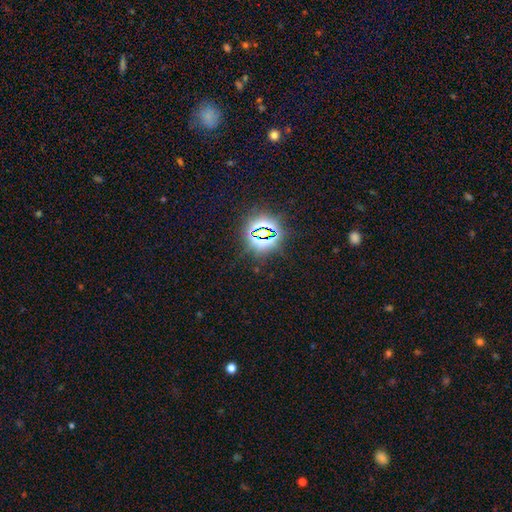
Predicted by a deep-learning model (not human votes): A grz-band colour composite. It shows a star or artifact, not a galaxy (80%).